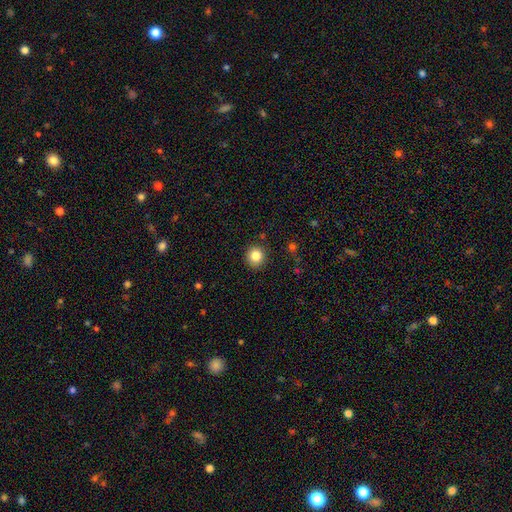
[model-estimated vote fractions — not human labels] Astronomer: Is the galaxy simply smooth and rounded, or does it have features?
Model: smooth — 84%.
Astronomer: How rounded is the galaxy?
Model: round — 89%.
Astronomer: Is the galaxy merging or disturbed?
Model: none — 89%.